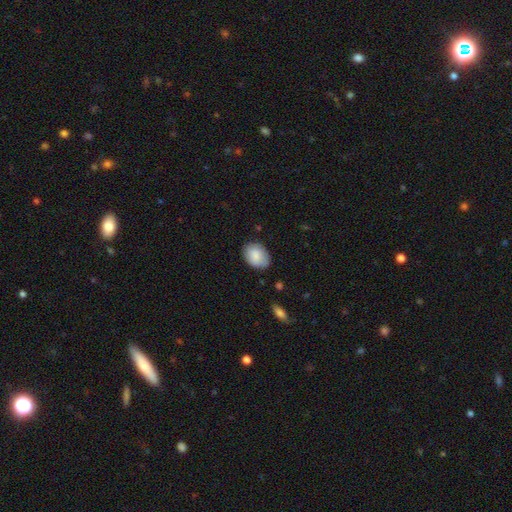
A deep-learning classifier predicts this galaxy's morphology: A smooth galaxy with no disk features (85%) that is in between round and cigar-shaped (72%). Merging: none (77%).